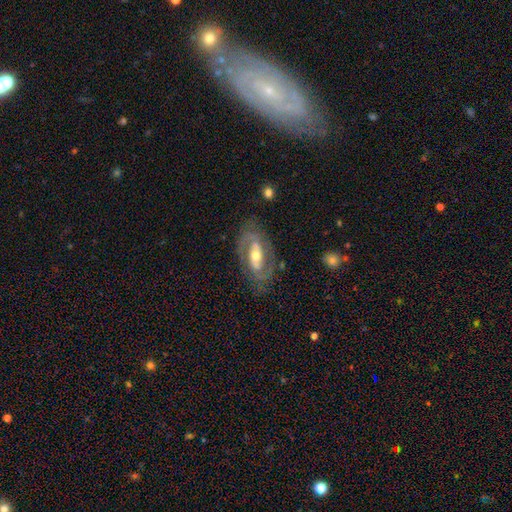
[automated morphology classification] This appears to be a featured or disk galaxy (83%) with a weak bar (36%), 2 (81%) medium (45%) spiral arms (84%) and a moderate central bulge (65%). Merging: none (77%).